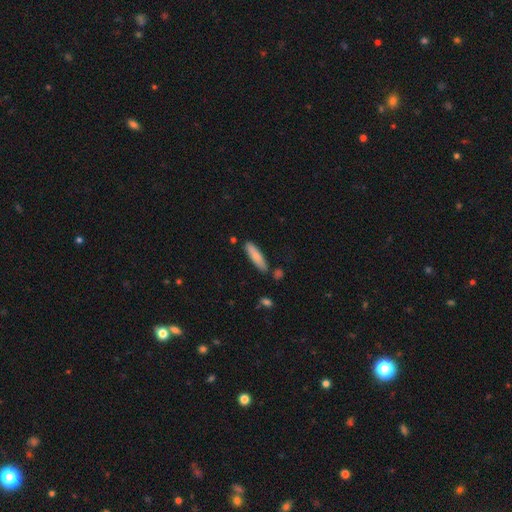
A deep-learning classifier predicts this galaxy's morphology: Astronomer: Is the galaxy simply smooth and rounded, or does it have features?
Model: smooth — 81%.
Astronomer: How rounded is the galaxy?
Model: cigar-shaped — 75%.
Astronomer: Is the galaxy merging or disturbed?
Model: none — 82%.